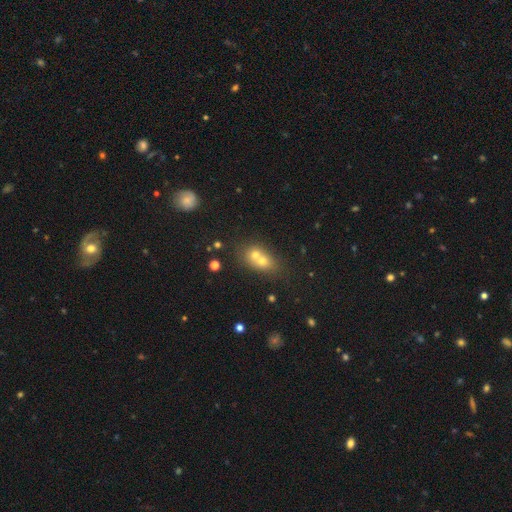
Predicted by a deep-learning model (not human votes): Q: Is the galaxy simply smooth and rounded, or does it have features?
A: smooth — 60%.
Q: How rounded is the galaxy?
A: round — 55%.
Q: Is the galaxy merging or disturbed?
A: merger — 62%.